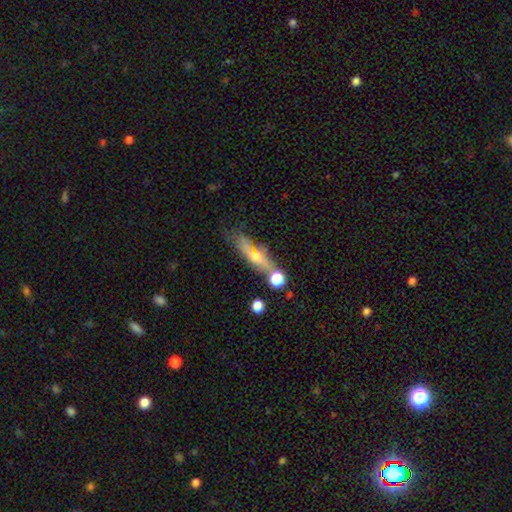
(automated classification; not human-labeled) smooth 47%, featured or disk 44%, star or artifact 9%. Down the decision tree: merging — none (58%).